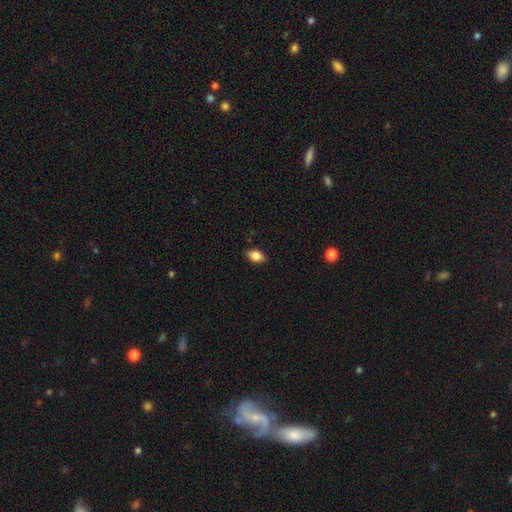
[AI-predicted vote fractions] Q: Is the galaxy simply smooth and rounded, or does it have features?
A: smooth — 81%.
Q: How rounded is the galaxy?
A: in between — 86%.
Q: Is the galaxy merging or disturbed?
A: none — 86%.